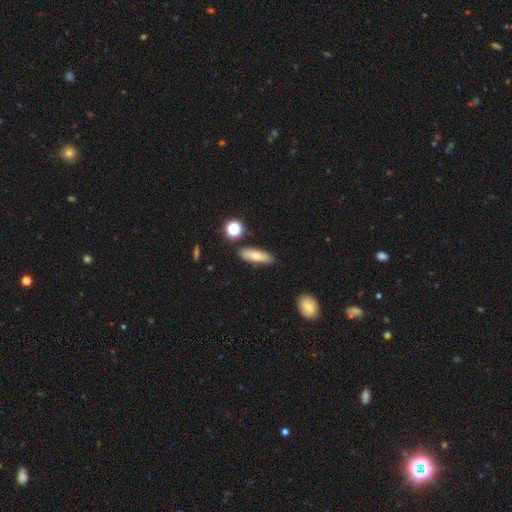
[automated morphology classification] Smooth or featured: smooth — 72% (featured or disk — 20%)
How rounded: cigar-shaped — 52% (in between — 44%)
Merging: none — 83% (minor disturbance — 11%)